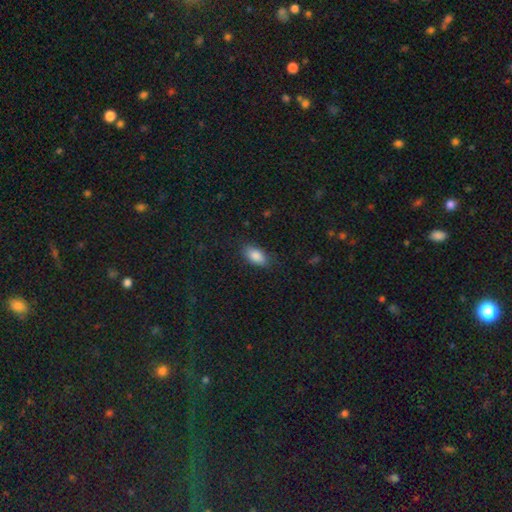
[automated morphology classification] Smooth or featured? Predicted: smooth (p=0.86). How rounded? Predicted: in between (p=0.91). Merging? Predicted: none (p=0.83).